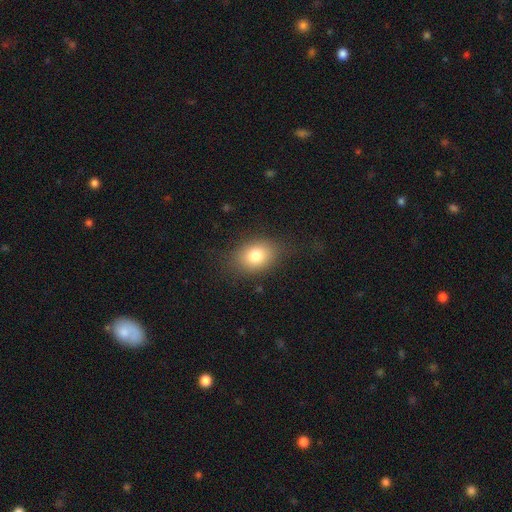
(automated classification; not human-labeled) A smooth galaxy with no disk features (79%) that is in between round and cigar-shaped (68%).

Vote fractions:
- Smooth or featured? smooth: 79% / featured or disk: 11% / star or artifact: 10%
- How rounded? in between: 68% / round: 31% / cigar-shaped: 1%
- Merging? none: 79% / minor disturbance: 14% / major disturbance: 6% / merger: 1%